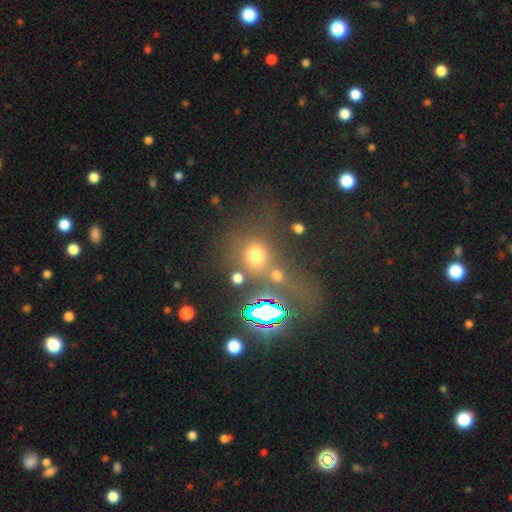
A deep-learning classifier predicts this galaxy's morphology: Overall: smooth (65%; star or artifact 25%). How rounded: round (80%). Merging: none (57%; merger 23%).